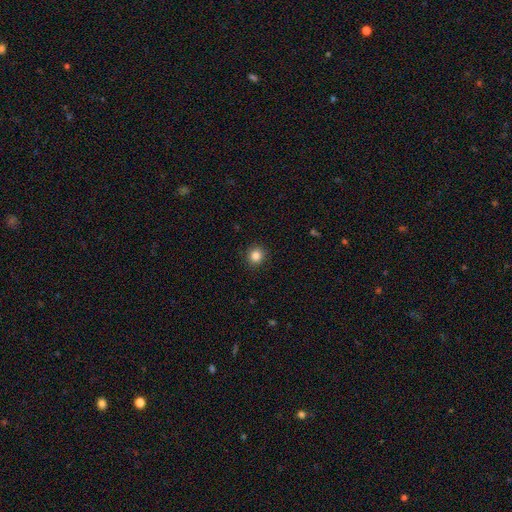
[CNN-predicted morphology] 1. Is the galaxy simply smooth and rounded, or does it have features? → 85% smooth, 11% star or artifact, 4% featured or disk.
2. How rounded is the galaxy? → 90% round, 9% in between, 1% cigar-shaped.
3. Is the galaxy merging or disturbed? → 92% none, 6% minor disturbance, 2% major disturbance, 1% merger.